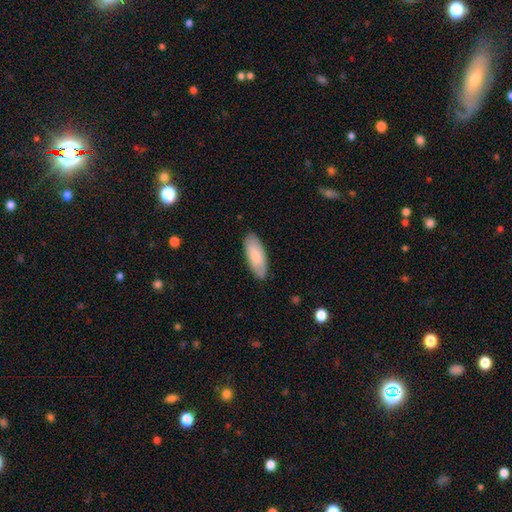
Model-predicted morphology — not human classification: This is likely a smooth galaxy (80%). How rounded: likely in between (77%). Merging: clearly none (87%).